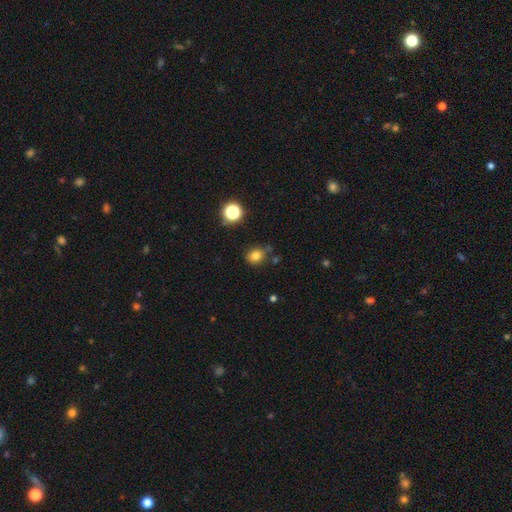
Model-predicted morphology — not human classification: Smooth or featured? Predicted: smooth (p=0.78). How rounded? Predicted: round (p=0.64). Merging? Predicted: none (p=0.74).